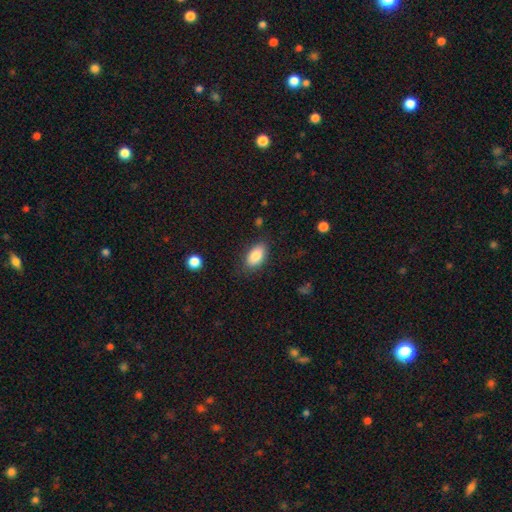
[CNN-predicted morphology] Smooth or featured? smooth (85%)
How rounded? in between (92%)
Merging? none (81%)